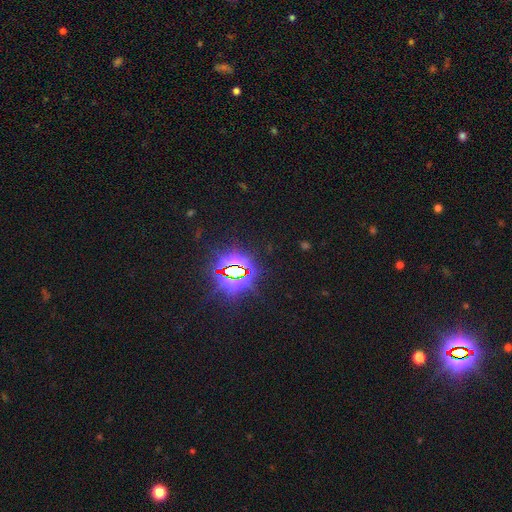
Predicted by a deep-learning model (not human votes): smooth-or-featured: star or artifact: 84% | smooth: 9% | featured or disk: 7%